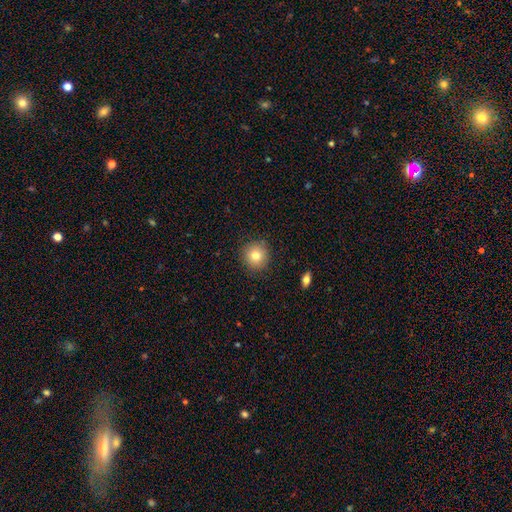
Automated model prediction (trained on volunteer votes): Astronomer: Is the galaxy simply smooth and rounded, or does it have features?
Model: smooth — 81%.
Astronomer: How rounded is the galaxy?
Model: round — 92%.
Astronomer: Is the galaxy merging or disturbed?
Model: none — 89%.